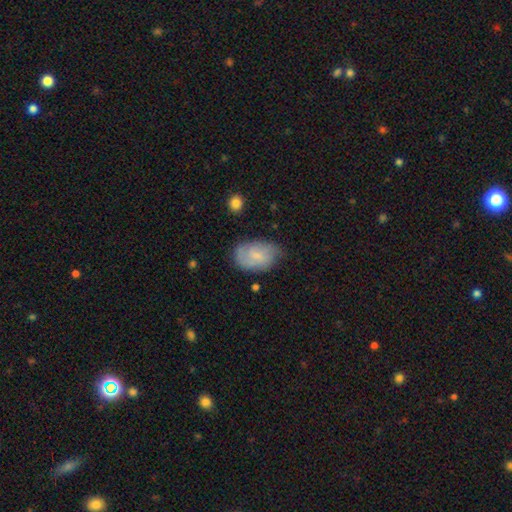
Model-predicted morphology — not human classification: smooth 51%, featured or disk 42%, star or artifact 7%. Down the decision tree: how rounded — in between (84%); merging — none (62%).